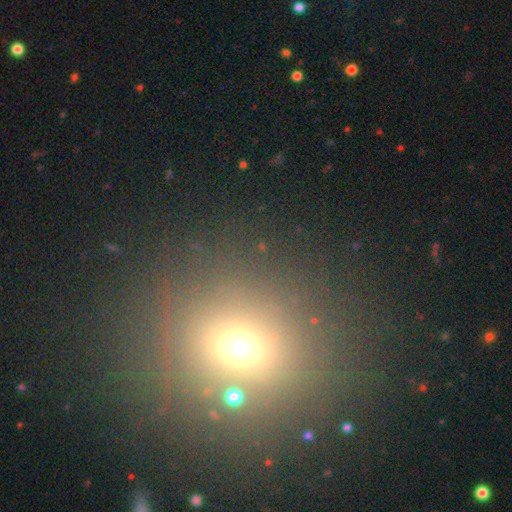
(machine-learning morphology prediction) smooth_or_featured: smooth (p=0.55) [alt: star or artifact p=0.35]
how_rounded: round (p=0.77) [alt: in between p=0.21]
merging: none (p=0.83) [alt: minor disturbance p=0.08]